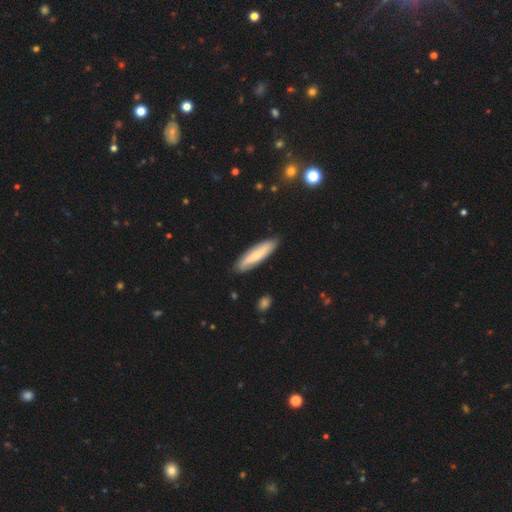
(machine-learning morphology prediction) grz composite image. It shows a smooth galaxy with no disk features (58%) that is cigar-shaped (74%). Merging: none (87%).